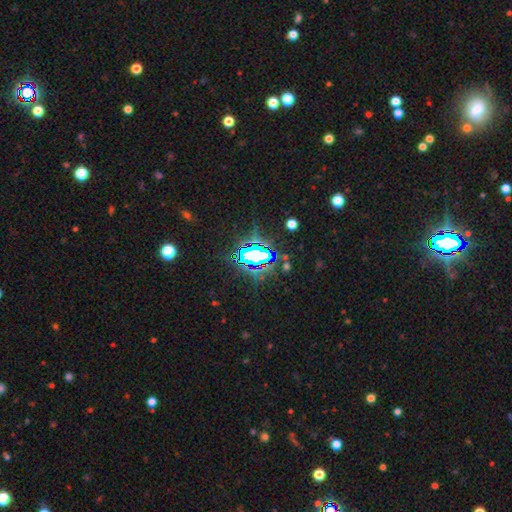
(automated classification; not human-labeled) Overall: star or artifact (73%).